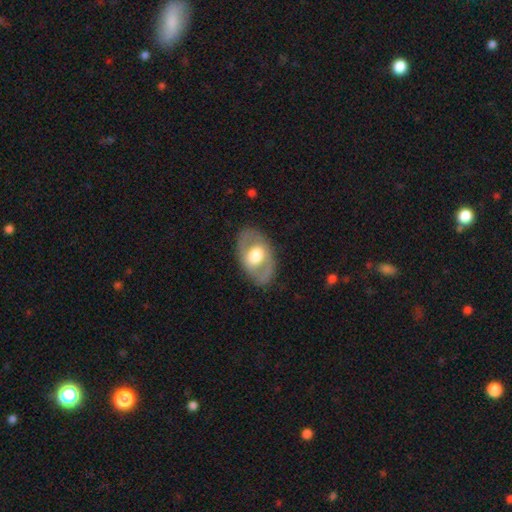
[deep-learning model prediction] smooth-or-featured: featured or disk: 56% | smooth: 38% | star or artifact: 5%
  disk-edge-on: no: 90% | yes: 10%
    bar: no: 64% | weak: 26% | strong: 10%
    has-spiral-arms: no: 67% | yes: 33%
    bulge-size: moderate: 51% | large: 40% | small: 4% | dominant: 3% | none: 1%
  merging: none: 81% | minor disturbance: 12% | major disturbance: 5% | merger: 1%